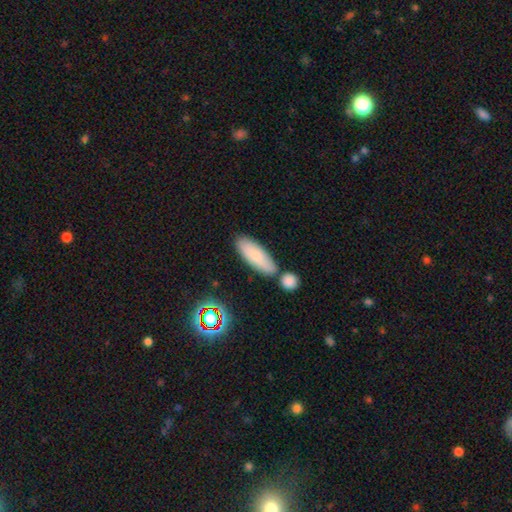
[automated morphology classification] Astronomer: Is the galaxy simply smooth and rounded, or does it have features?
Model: smooth — 78%.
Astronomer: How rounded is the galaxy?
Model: in between — 61%.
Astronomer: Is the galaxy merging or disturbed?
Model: none — 70%.